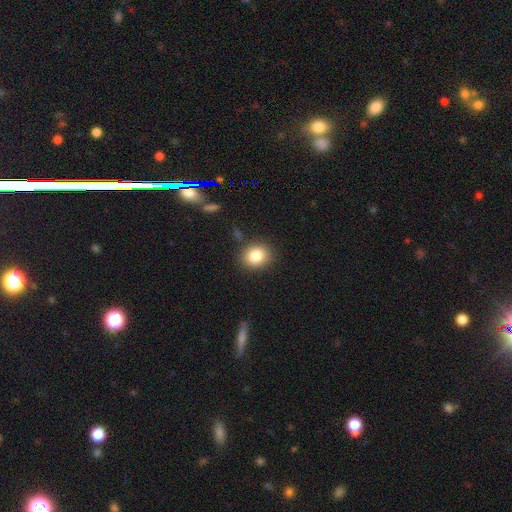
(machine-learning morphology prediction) A smooth galaxy with no disk features (83%) that is round (63%).

Vote fractions:
- Smooth or featured? smooth: 83% / star or artifact: 10% / featured or disk: 7%
- How rounded? round: 63% / in between: 36% / cigar-shaped: 1%
- Merging? none: 85% / minor disturbance: 10% / major disturbance: 3% / merger: 2%